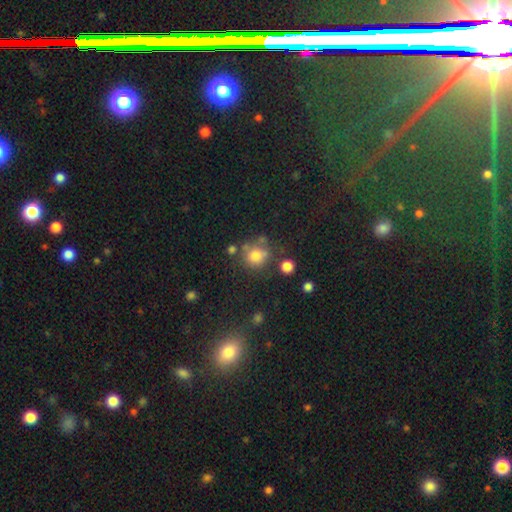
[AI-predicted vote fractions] Morphology: type=smooth (75%); roundness=round (86%); merging=none (65%).